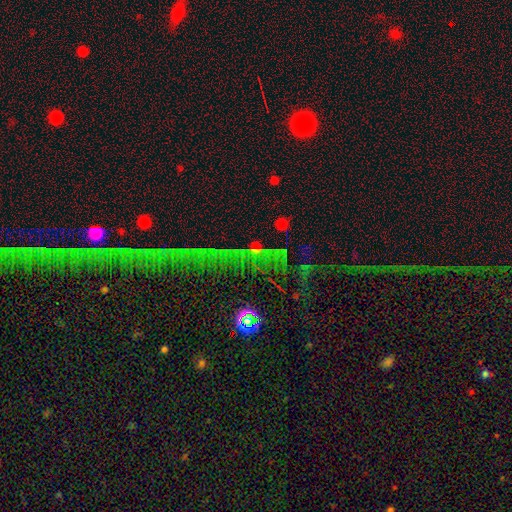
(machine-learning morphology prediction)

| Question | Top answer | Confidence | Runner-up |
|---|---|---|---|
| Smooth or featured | star or artifact | 80% | featured or disk (10%) |